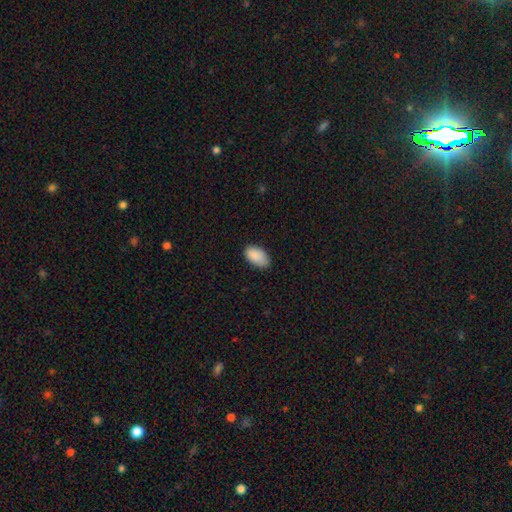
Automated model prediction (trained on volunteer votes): Smooth or featured?
  - smooth: 89% *
  - star or artifact: 7%
  - featured or disk: 4%
How rounded?
  - in between: 95% *
  - round: 4%
  - cigar-shaped: 1%
Merging?
  - none: 76% *
  - minor disturbance: 20%
  - major disturbance: 3%
  - merger: 1%